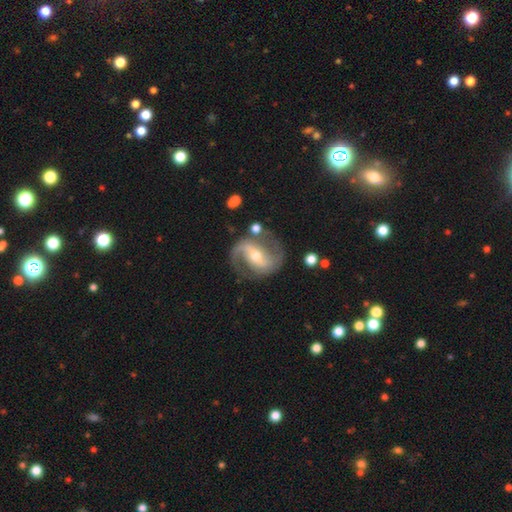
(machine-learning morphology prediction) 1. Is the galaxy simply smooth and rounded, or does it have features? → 90% featured or disk, 5% smooth, 5% star or artifact.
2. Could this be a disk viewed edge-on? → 97% no, 3% yes.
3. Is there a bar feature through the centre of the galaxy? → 45% strong, 33% weak, 21% no.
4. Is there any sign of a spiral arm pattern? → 96% yes, 4% no.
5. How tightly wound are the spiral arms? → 48% medium, 36% loose, 15% tight.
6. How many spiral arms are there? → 92% 2, 3% 1, 2% can't tell, 1% 3, 1% 4, 1% more than 4.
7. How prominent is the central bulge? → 51% moderate, 45% small, 2% large, 1% none, 1% dominant.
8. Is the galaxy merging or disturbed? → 78% none, 13% minor disturbance, 6% major disturbance, 3% merger.